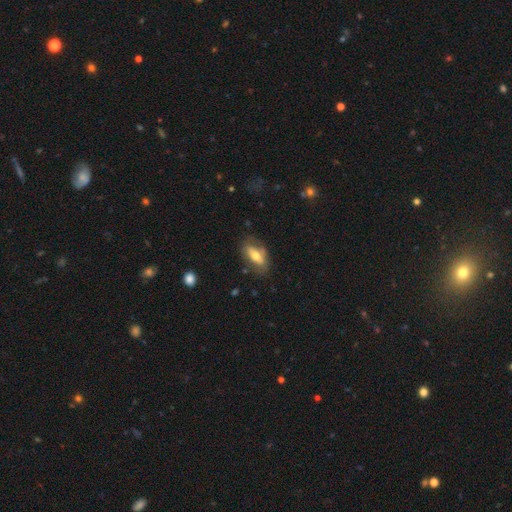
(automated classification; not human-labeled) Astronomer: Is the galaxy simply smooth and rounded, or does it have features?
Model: smooth — 52% (runner-up: featured or disk, 41%).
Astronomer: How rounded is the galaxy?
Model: in between — 83%.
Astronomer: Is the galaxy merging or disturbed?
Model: none — 67%.